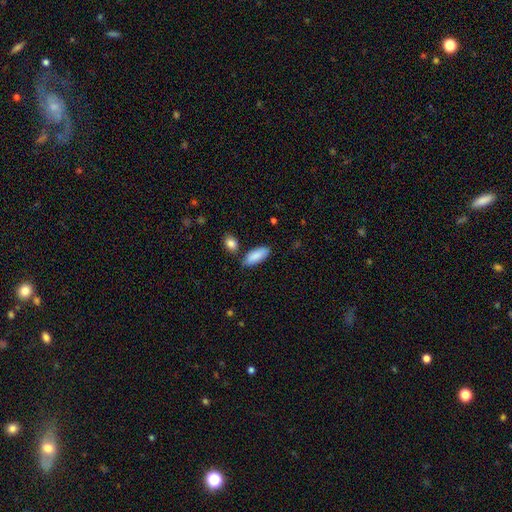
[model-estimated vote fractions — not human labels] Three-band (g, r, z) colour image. It shows a smooth galaxy with no disk features (88%) that is in between round and cigar-shaped (77%). Merging: none (76%).